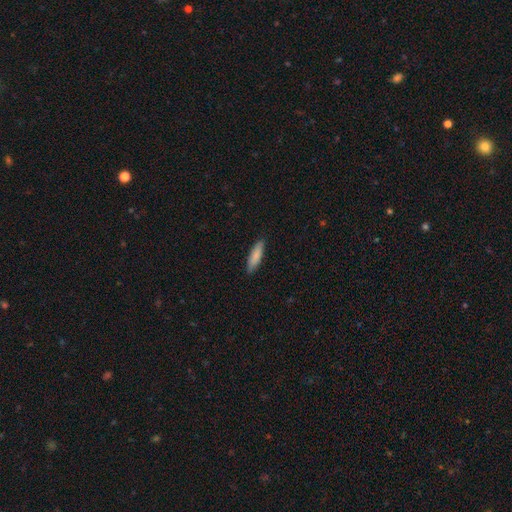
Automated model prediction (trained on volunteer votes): A smooth galaxy with no disk features (85%) that is cigar-shaped (67%).

Vote fractions:
- Smooth or featured? smooth: 85% / featured or disk: 9% / star or artifact: 5%
- How rounded? cigar-shaped: 67% / in between: 32% / round: 1%
- Merging? none: 89% / minor disturbance: 9% / major disturbance: 2% / merger: 1%